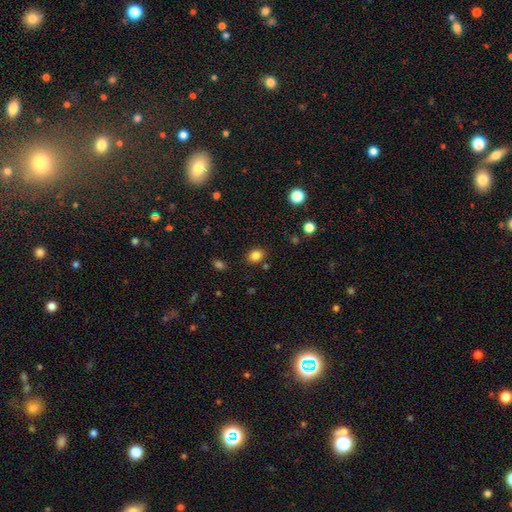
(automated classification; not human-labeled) This appears to be a smooth galaxy with no disk features (84%) that is in between round and cigar-shaped (64%). Merging: none (82%).